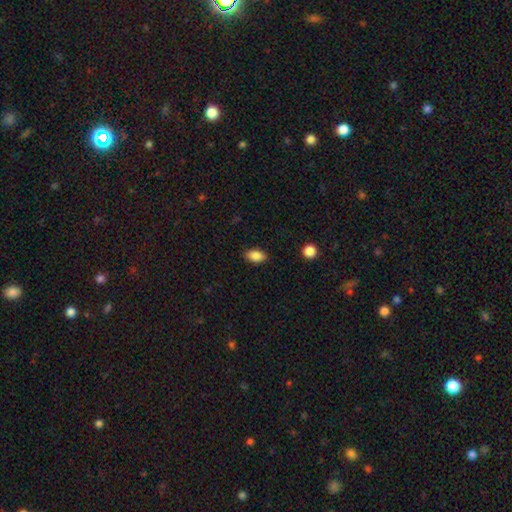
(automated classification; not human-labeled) This appears to be a smooth galaxy with no disk features (87%) that is in between round and cigar-shaped (89%). Merging: none (86%).